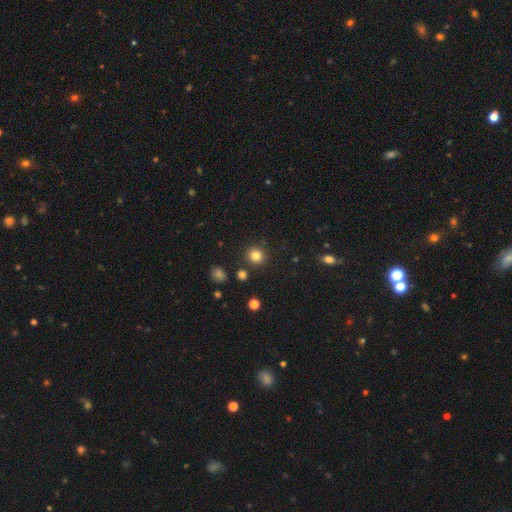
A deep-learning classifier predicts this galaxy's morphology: This appears to be a smooth galaxy with no disk features (82%) that is round (91%). Merging: none (87%).